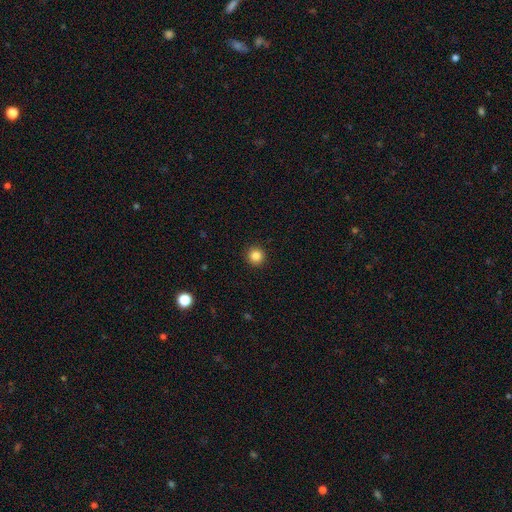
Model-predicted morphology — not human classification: Smooth or featured?
  - smooth: 85% *
  - star or artifact: 11%
  - featured or disk: 4%
How rounded?
  - round: 95% *
  - in between: 4%
  - cigar-shaped: 1%
Merging?
  - none: 93% *
  - minor disturbance: 4%
  - major disturbance: 2%
  - merger: 1%